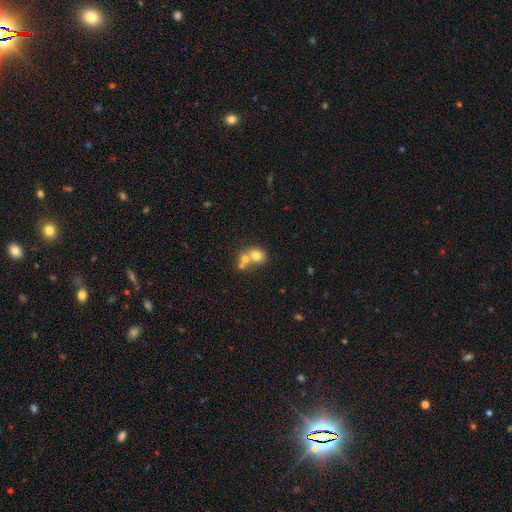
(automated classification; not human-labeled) Smooth or featured: smooth — 71% (featured or disk — 18%)
How rounded: round — 63% (in between — 36%)
Merging: merger — 60% (none — 30%)